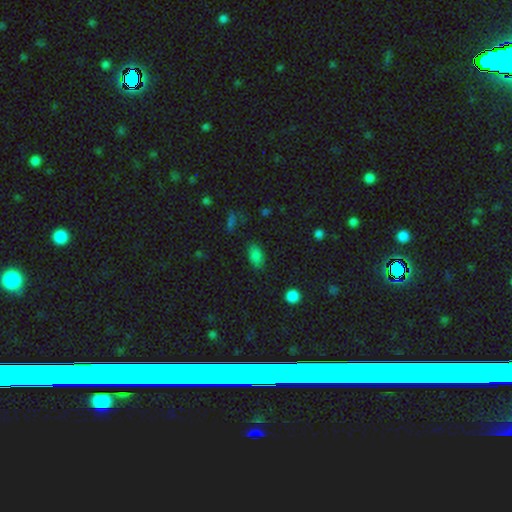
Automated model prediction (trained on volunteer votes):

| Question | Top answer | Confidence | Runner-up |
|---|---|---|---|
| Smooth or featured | smooth | 81% | star or artifact (13%) |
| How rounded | in between | 89% | round (8%) |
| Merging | none | 78% | minor disturbance (16%) |